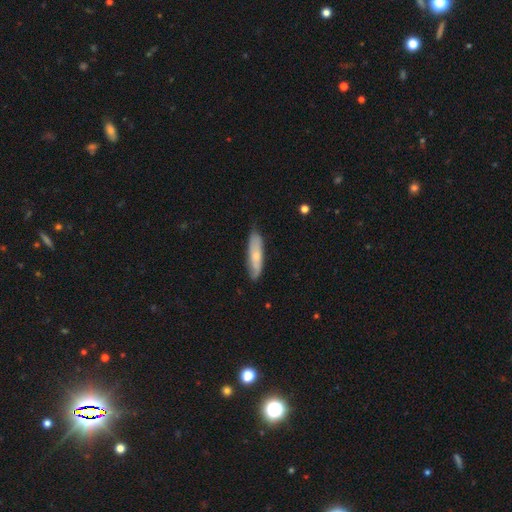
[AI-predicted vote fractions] smooth_or_featured: smooth (p=0.61) [alt: featured or disk p=0.33]
how_rounded: cigar-shaped (p=0.69) [alt: in between p=0.30]
merging: none (p=0.76) [alt: minor disturbance p=0.19]